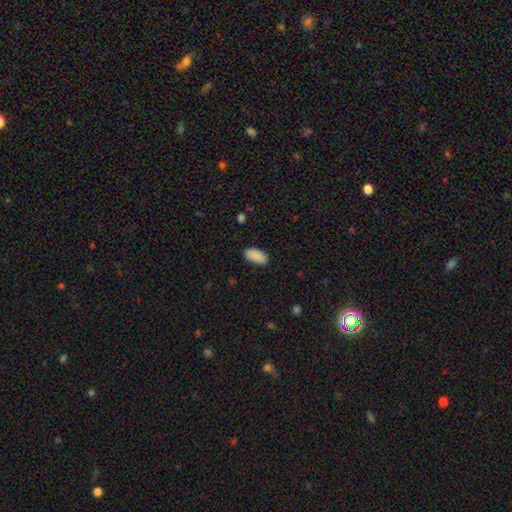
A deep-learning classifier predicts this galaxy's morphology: Smooth or featured?
  - smooth: 90% *
  - star or artifact: 6%
  - featured or disk: 4%
How rounded?
  - in between: 93% *
  - cigar-shaped: 5%
  - round: 2%
Merging?
  - none: 87% *
  - minor disturbance: 10%
  - major disturbance: 2%
  - merger: 1%